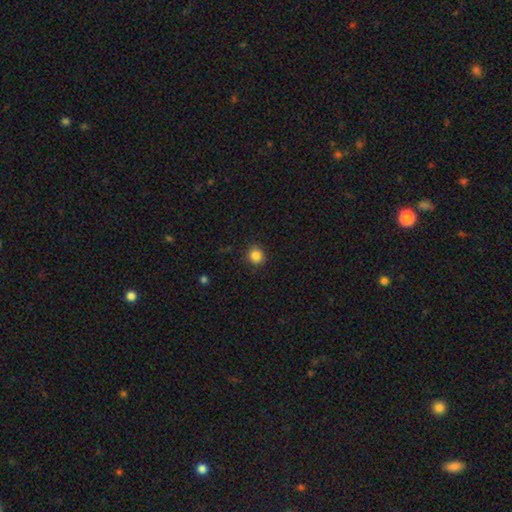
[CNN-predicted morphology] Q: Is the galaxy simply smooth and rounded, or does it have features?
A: smooth — 85%.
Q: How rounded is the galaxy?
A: round — 84%.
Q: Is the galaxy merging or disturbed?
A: none — 87%.